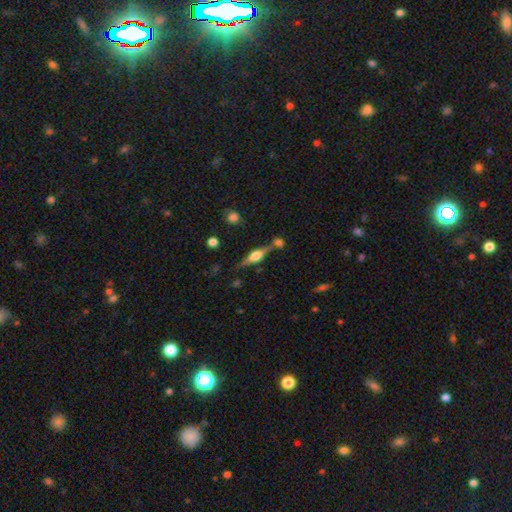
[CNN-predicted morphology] Smooth or featured? featured or disk (75%)
Edge-on disk? yes (97%)
Edge-on bulge? rounded (89%)
Merging? none (72%)